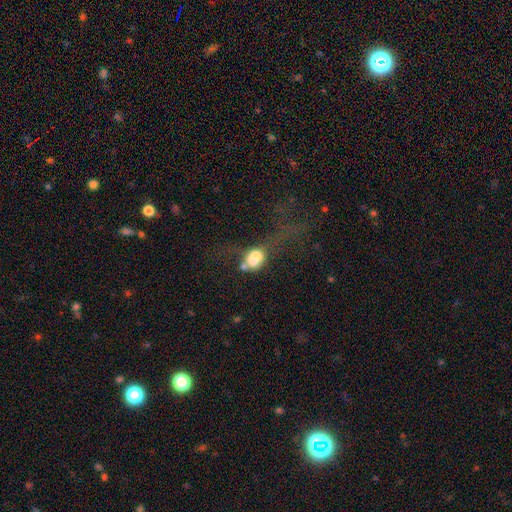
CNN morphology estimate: Smooth or featured? Predicted: smooth (p=0.60). How rounded? Predicted: in between (p=0.68). Merging? Predicted: merger (p=0.43).